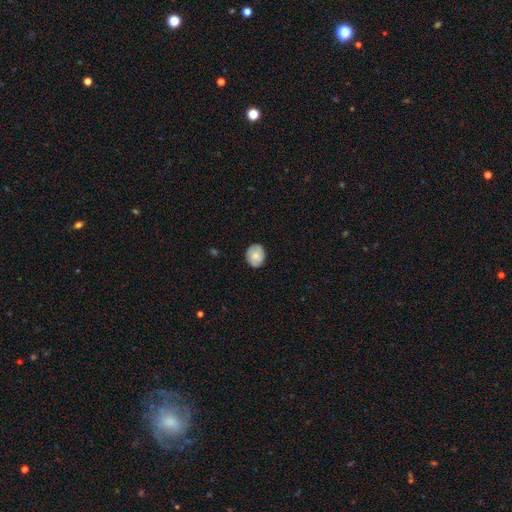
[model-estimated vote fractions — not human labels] Smooth or featured? Predicted: smooth (p=0.71). How rounded? Predicted: round (p=0.61). Merging? Predicted: none (p=0.83).